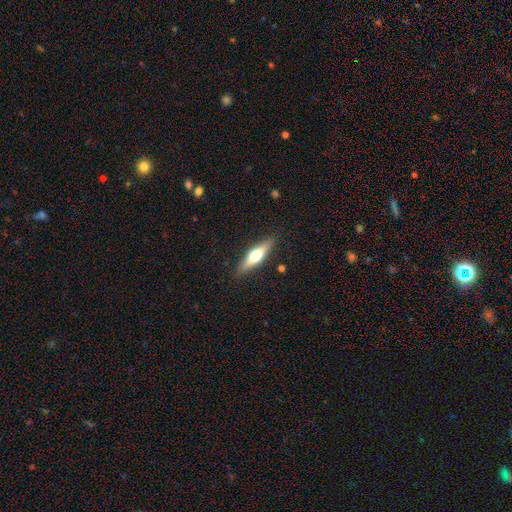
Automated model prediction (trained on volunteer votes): Smooth or featured?
  - featured or disk: 55% *
  - smooth: 39%
  - star or artifact: 6%
Edge-on disk?
  - yes: 94% *
  - no: 6%
Edge-on bulge?
  - rounded: 93% *
  - boxy: 4%
  - none: 3%
Merging?
  - none: 88% *
  - minor disturbance: 9%
  - major disturbance: 2%
  - merger: 1%